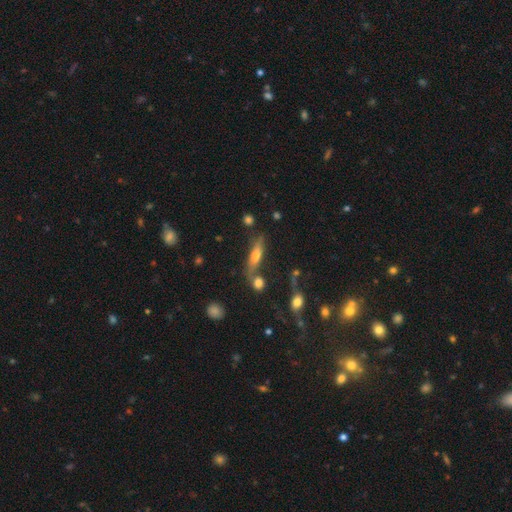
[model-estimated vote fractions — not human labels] This is possibly a smooth galaxy (48%). Merging: likely none (62%).